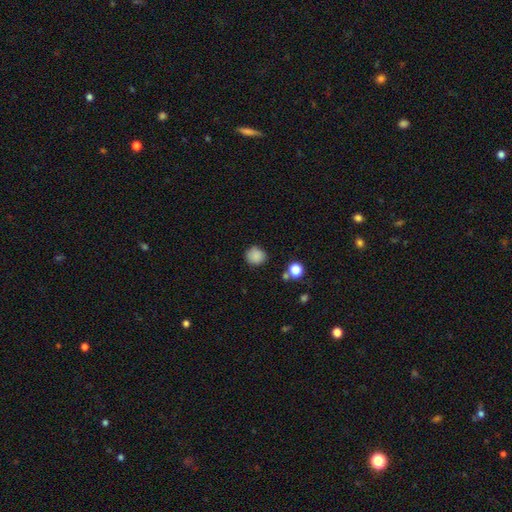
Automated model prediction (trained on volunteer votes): This is clearly a smooth galaxy (86%). How rounded: clearly round (87%). Merging: clearly none (83%).